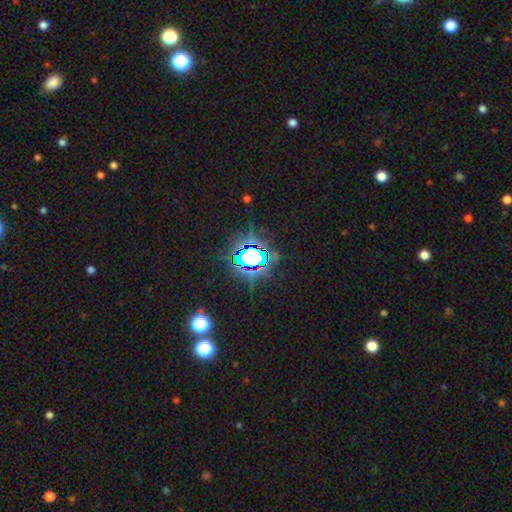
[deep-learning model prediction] star or artifact 83%, smooth 10%, featured or disk 7%.